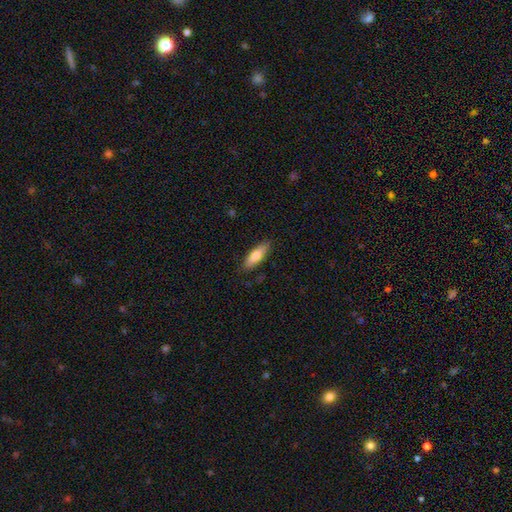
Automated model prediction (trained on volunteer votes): smooth 77%, featured or disk 18%, star or artifact 6%. Down the decision tree: how rounded — in between (53%); merging — none (84%).